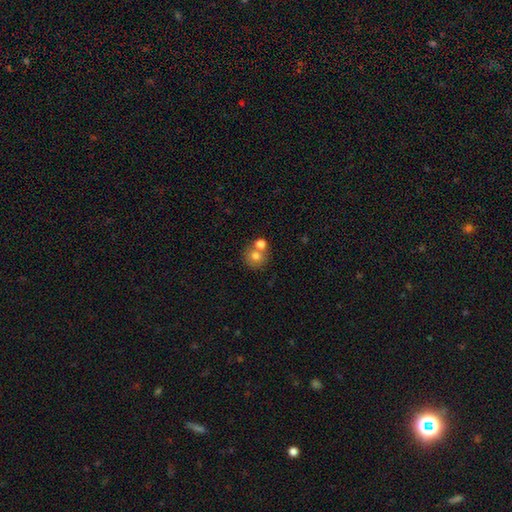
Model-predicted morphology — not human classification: Overall: smooth (75%). How rounded: round (88%). Merging: none (55%; merger 34%).